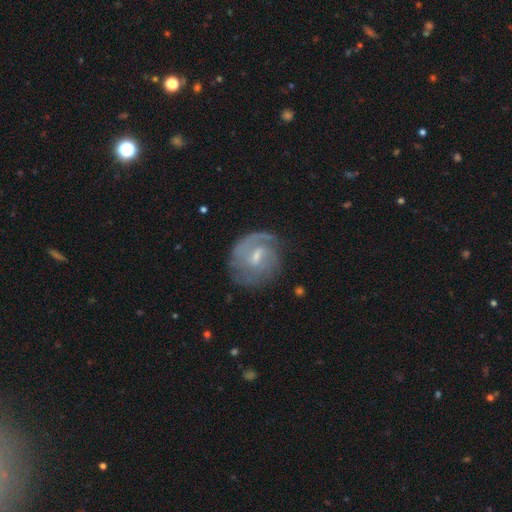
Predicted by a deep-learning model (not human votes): A featured or disk galaxy (76%) with a weak bar (62%), 1 (33%) tight (48%) spiral arms (87%) and a small central bulge (51%). Merging: none (63%).